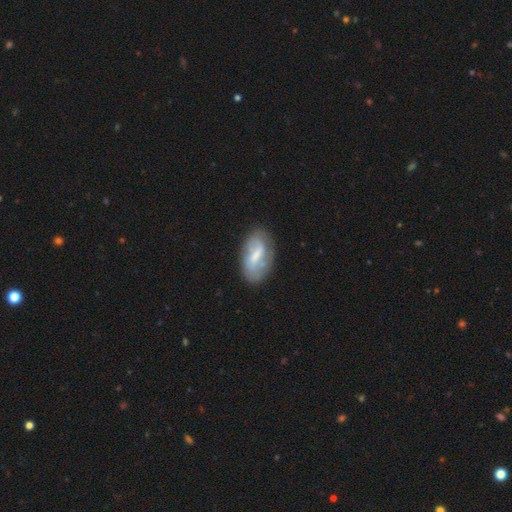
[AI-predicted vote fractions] smooth-or-featured: featured or disk: 51% | smooth: 43% | star or artifact: 7%
  disk-edge-on: no: 94% | yes: 6%
  merging: none: 68% | minor disturbance: 22% | major disturbance: 8% | merger: 2%